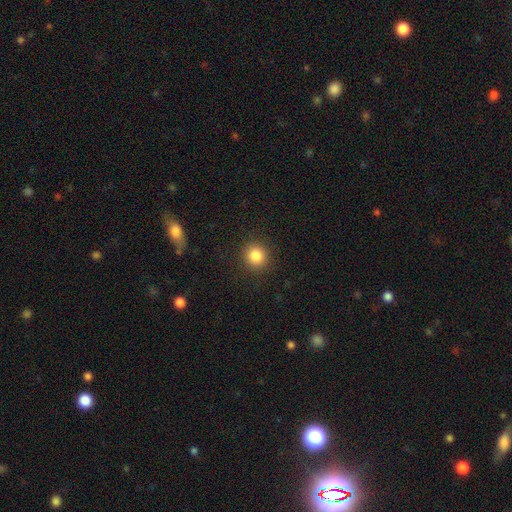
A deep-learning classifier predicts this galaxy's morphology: This appears to be a smooth galaxy with no disk features (85%) that is round (89%). Merging: none (91%).